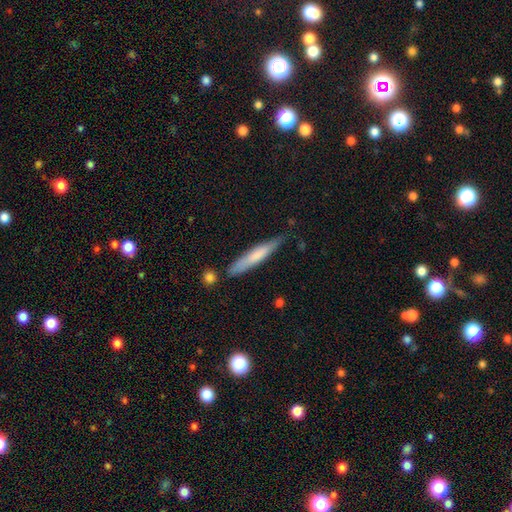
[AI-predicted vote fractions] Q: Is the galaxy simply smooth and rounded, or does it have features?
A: smooth — 64%.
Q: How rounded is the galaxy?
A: cigar-shaped — 91%.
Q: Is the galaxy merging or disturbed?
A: none — 73%.